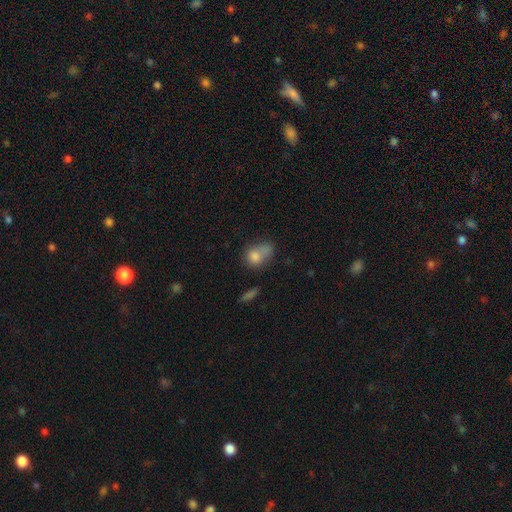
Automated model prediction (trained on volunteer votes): This appears to be a smooth galaxy with no disk features (74%) that is in between round and cigar-shaped (58%). Merging: none (34%).